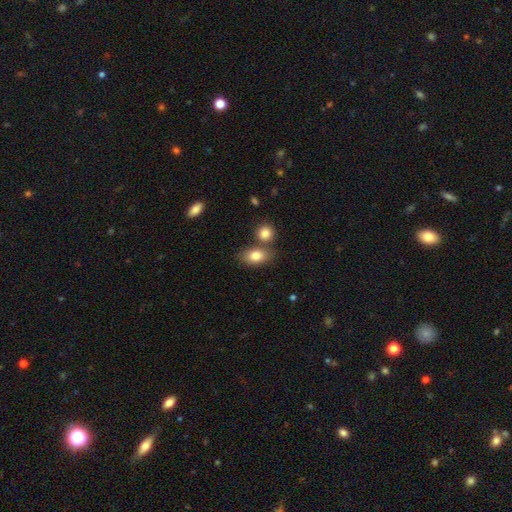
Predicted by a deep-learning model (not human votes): Morphology: type=smooth (81%); roundness=in between (84%); merging=none (60%).